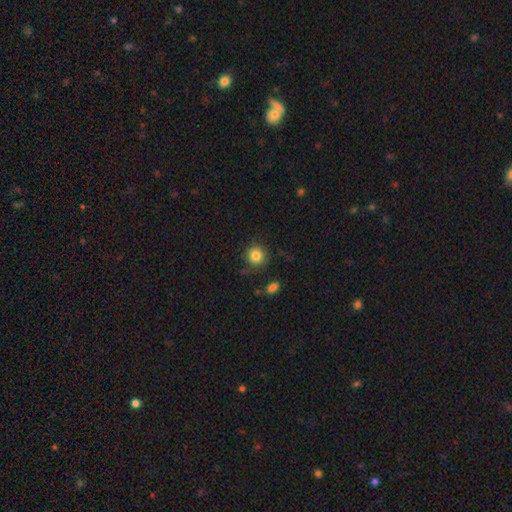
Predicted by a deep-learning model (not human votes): Smooth or featured?
  - smooth: 84% *
  - star or artifact: 10%
  - featured or disk: 6%
How rounded?
  - round: 92% *
  - in between: 7%
  - cigar-shaped: 1%
Merging?
  - none: 77% *
  - minor disturbance: 15%
  - major disturbance: 5%
  - merger: 3%